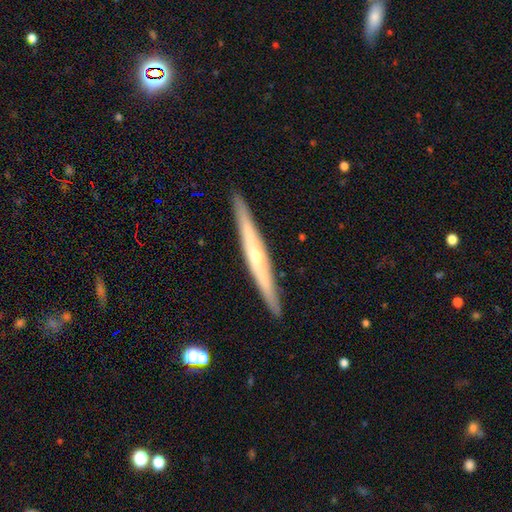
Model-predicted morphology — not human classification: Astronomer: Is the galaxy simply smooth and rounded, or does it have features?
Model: featured or disk — 68%.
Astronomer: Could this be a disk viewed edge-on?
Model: yes — 96%.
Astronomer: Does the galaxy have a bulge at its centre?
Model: rounded — 61%.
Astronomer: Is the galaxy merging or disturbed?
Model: none — 92%.